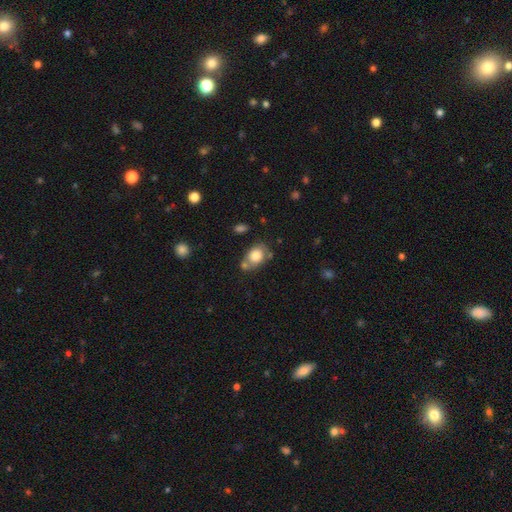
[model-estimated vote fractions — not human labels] Smooth or featured? smooth (78%)
How rounded? in between (69%)
Merging? none (53%)